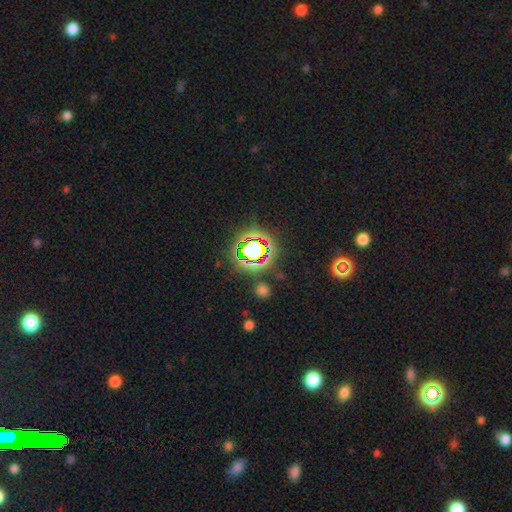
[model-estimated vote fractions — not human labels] The model was most divided on "smooth or featured": star or artifact: 70%, smooth: 19%, featured or disk: 10%.